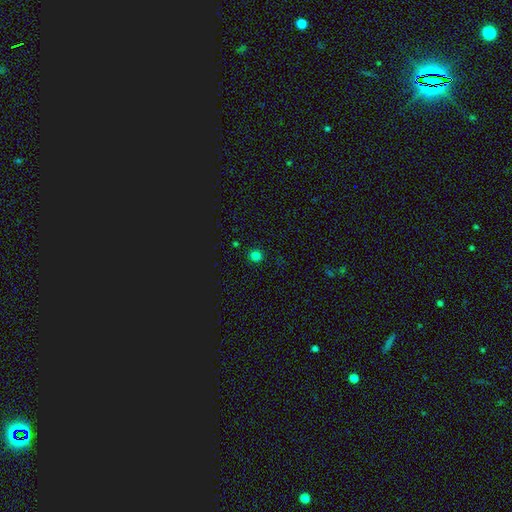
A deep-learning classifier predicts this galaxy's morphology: A smooth galaxy with no disk features (77%) that is round (93%). Merging: none (91%).